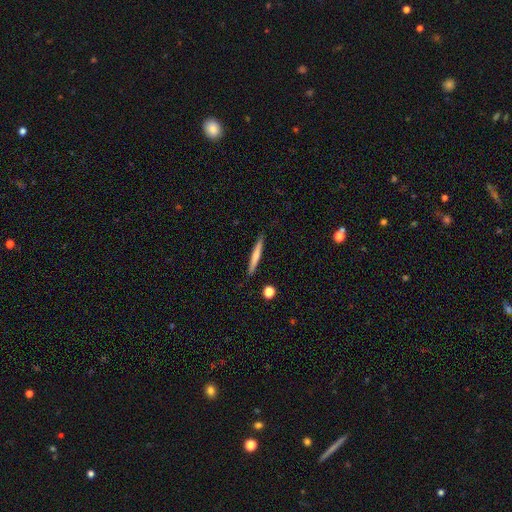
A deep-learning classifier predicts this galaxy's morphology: A smooth galaxy with no disk features (61%) that is cigar-shaped (96%).

Vote fractions:
- Smooth or featured? smooth: 61% / featured or disk: 33% / star or artifact: 6%
- How rounded? cigar-shaped: 96% / in between: 3% / round: 1%
- Merging? none: 88% / minor disturbance: 8% / merger: 2% / major disturbance: 2%